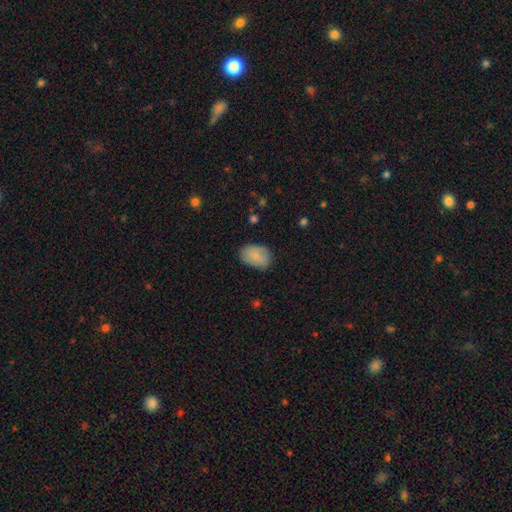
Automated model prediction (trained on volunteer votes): smooth-or-featured: smooth: 84% | featured or disk: 10% | star or artifact: 6%
  how-rounded: in between: 86% | round: 13% | cigar-shaped: 1%
  merging: none: 78% | minor disturbance: 17% | major disturbance: 4% | merger: 1%